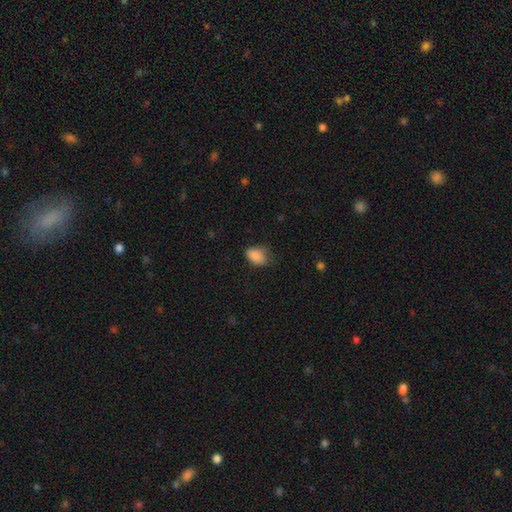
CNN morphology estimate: Smooth or featured: smooth — 86% (star or artifact — 9%)
How rounded: in between — 84% (round — 15%)
Merging: none — 55% (minor disturbance — 34%)